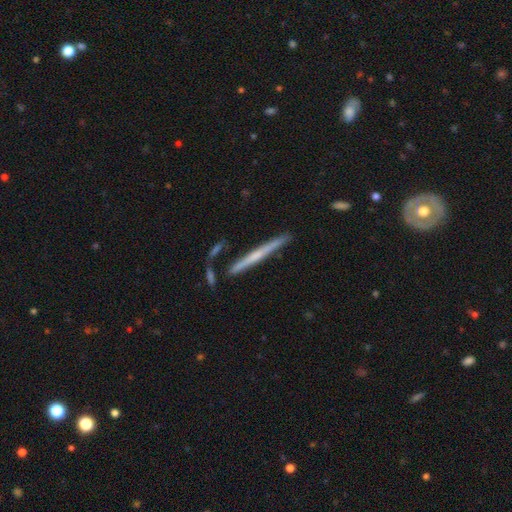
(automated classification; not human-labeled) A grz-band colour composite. It shows a featured or disk galaxy (65%) viewed edge-on (97%) with no central bulge (52%). Merging: none (82%).